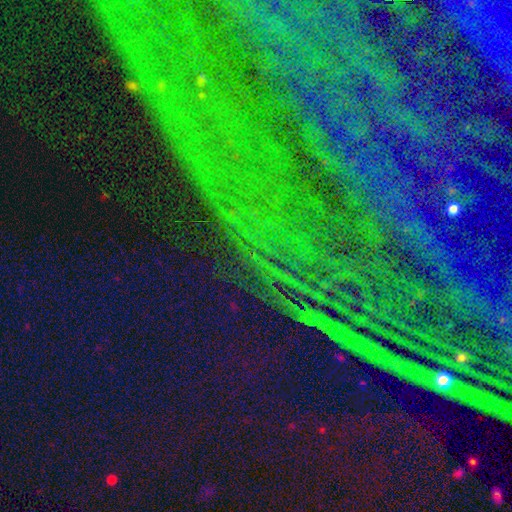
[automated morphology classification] Smooth or featured? Predicted: star or artifact (p=0.87).